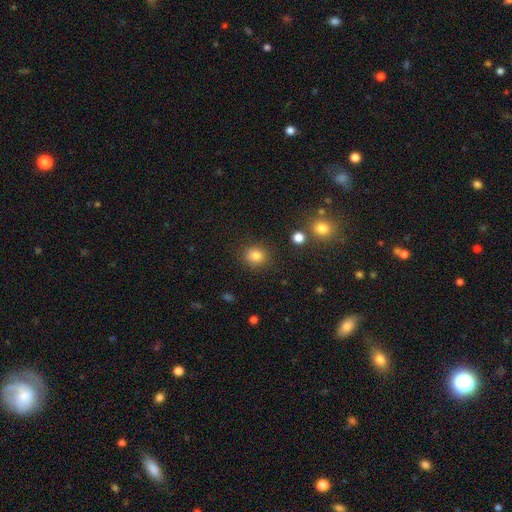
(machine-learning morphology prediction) Q: Smooth or featured?
A: smooth (82%); runner-up: star or artifact (12%)
Q: How rounded?
A: round (83%); runner-up: in between (16%)
Q: Merging?
A: none (87%); runner-up: minor disturbance (8%)